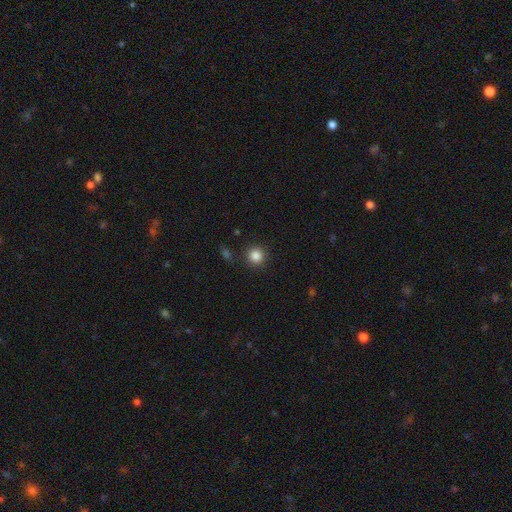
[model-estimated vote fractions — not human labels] A smooth galaxy with no disk features (85%) that is round (94%).

Vote fractions:
- Smooth or featured? smooth: 85% / star or artifact: 11% / featured or disk: 4%
- How rounded? round: 94% / in between: 5% / cigar-shaped: 1%
- Merging? none: 89% / minor disturbance: 7% / major disturbance: 2% / merger: 2%